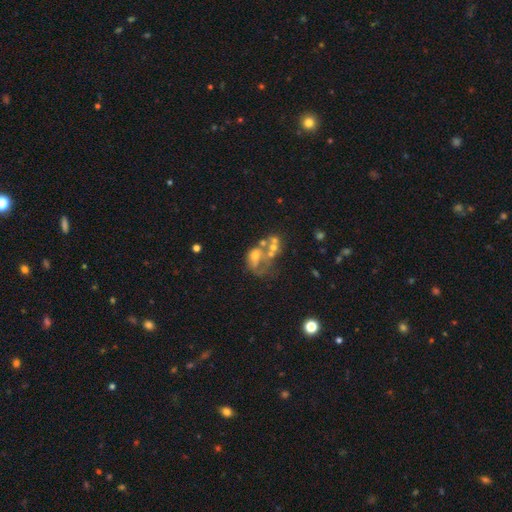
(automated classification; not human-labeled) A featured or disk galaxy (52%) with no bar (89%), no spiral arms (88%) and no central bulge (38%).

Vote fractions:
- Smooth or featured? featured or disk: 52% / smooth: 30% / star or artifact: 18%
- Edge-on disk? no: 97% / yes: 3%
- Bar? no: 89% / weak: 8% / strong: 3%
- Spiral arms? no: 88% / yes: 12%
- Bulge size? none: 38% / moderate: 32% / small: 22% / large: 6% / dominant: 2%
- Merging? merger: 40% / major disturbance: 27% / none: 21% / minor disturbance: 12%